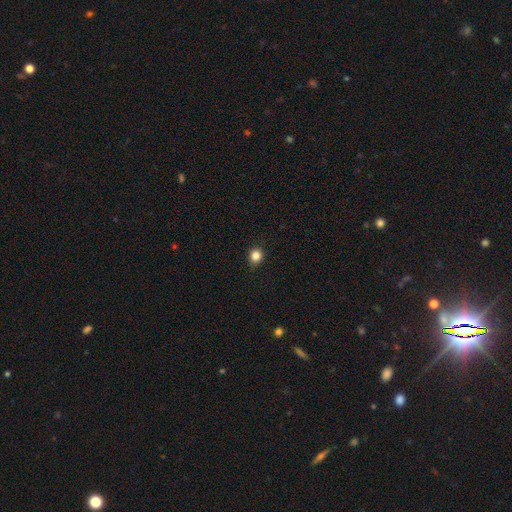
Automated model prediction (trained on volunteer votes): This is clearly a smooth galaxy (85%). How rounded: clearly round (84%). Merging: clearly none (90%).